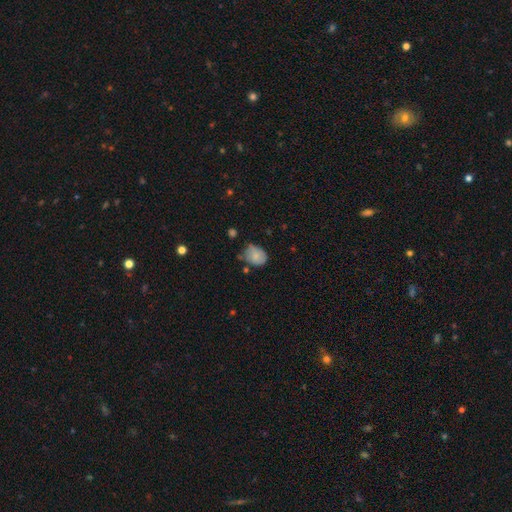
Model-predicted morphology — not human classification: Smooth or featured? Predicted: smooth (p=0.78). How rounded? Predicted: in between (p=0.56). Merging? Predicted: none (p=0.52).